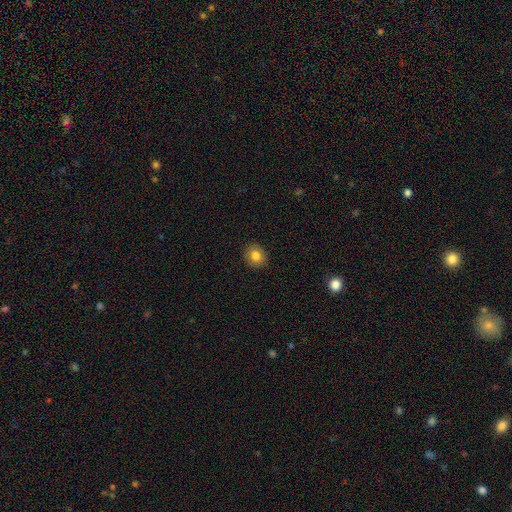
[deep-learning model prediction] Smooth or featured? smooth (81%)
How rounded? round (78%)
Merging? none (91%)